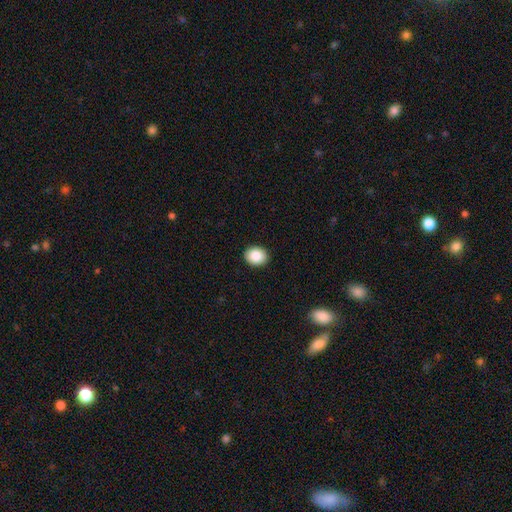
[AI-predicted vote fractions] The model was most divided on "how rounded": round: 52%, in between: 47%, cigar-shaped: 1%. More confident: merging — none (92%); smooth or featured — smooth (88%).